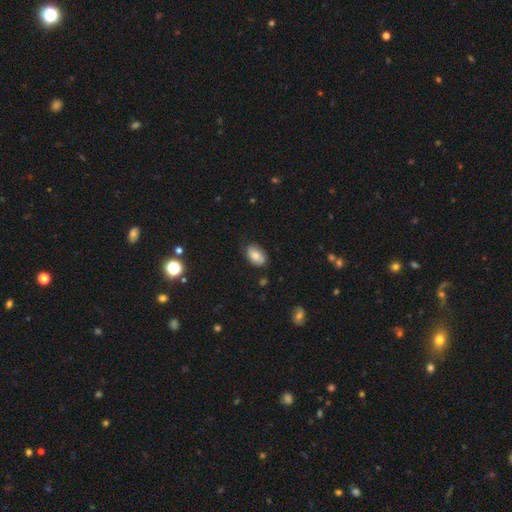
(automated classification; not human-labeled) A smooth galaxy with no disk features (77%) that is in between round and cigar-shaped (92%).

Vote fractions:
- Smooth or featured? smooth: 77% / featured or disk: 15% / star or artifact: 8%
- How rounded? in between: 92% / round: 7% / cigar-shaped: 2%
- Merging? none: 79% / minor disturbance: 17% / major disturbance: 3% / merger: 1%